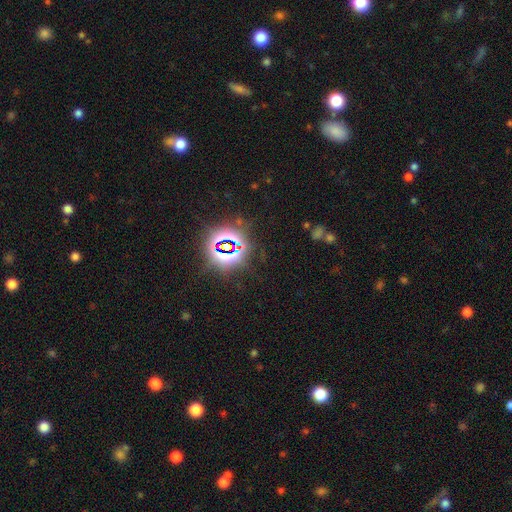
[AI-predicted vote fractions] smooth-or-featured: star or artifact: 78% | smooth: 13% | featured or disk: 8%